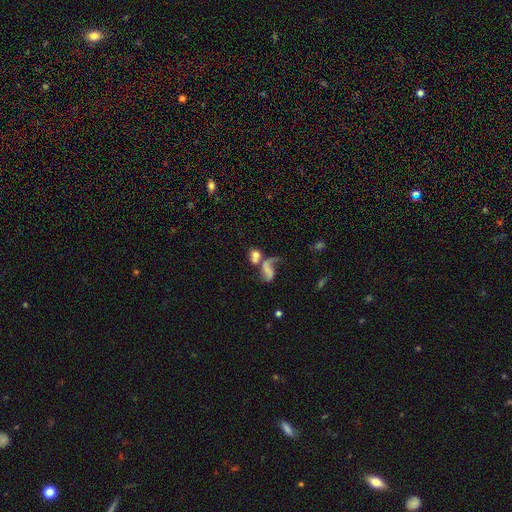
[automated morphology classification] Q: Smooth or featured?
A: smooth (52%); runner-up: featured or disk (34%)
Q: How rounded?
A: in between (57%); runner-up: round (36%)
Q: Merging?
A: merger (53%); runner-up: none (22%)